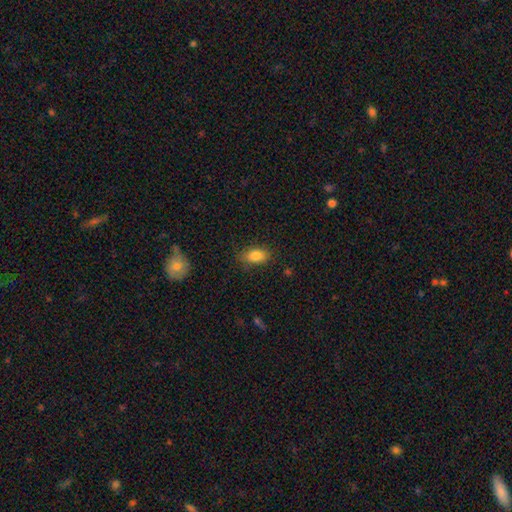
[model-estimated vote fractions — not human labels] smooth-or-featured: smooth: 84% | star or artifact: 9% | featured or disk: 7%
  how-rounded: in between: 87% | round: 9% | cigar-shaped: 3%
  merging: none: 80% | minor disturbance: 15% | major disturbance: 4% | merger: 1%